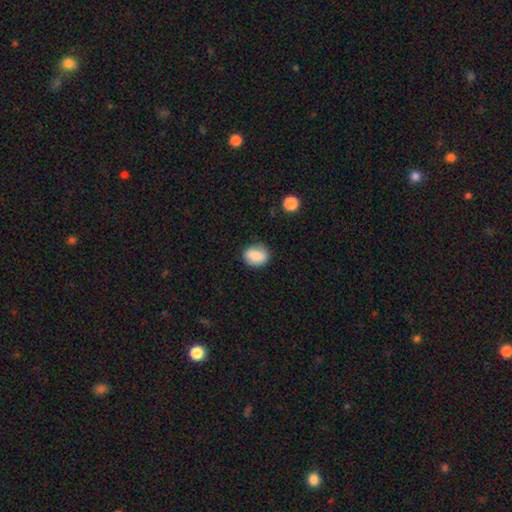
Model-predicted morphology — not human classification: Q: Smooth or featured?
A: smooth (85%); runner-up: star or artifact (8%)
Q: How rounded?
A: in between (51%); runner-up: round (48%)
Q: Merging?
A: none (81%); runner-up: minor disturbance (15%)